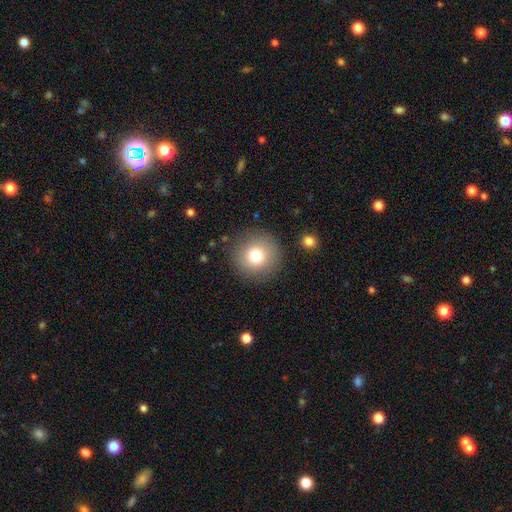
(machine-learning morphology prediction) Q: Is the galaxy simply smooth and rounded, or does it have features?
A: smooth — 77%.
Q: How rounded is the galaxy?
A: round — 95%.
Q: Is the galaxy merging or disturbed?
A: none — 88%.